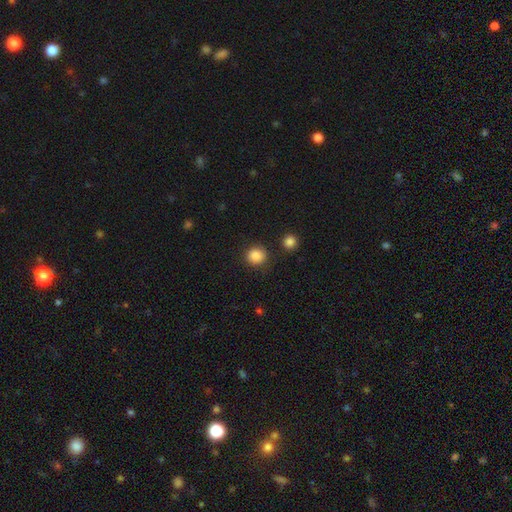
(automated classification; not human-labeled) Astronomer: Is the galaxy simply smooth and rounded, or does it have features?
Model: smooth — 87%.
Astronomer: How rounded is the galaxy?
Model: round — 89%.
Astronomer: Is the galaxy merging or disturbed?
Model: none — 86%.